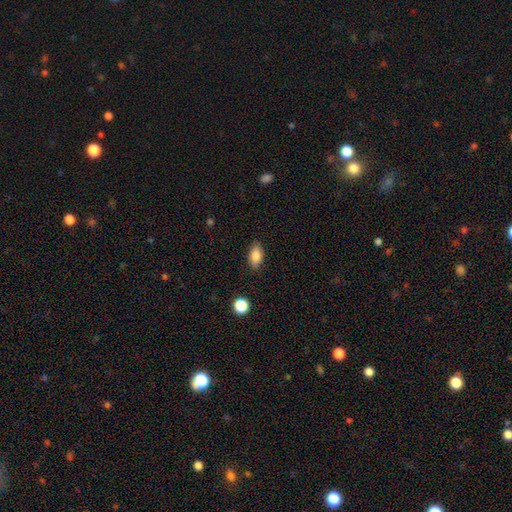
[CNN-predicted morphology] This appears to be a smooth galaxy with no disk features (85%) that is in between round and cigar-shaped (89%). Merging: none (86%).